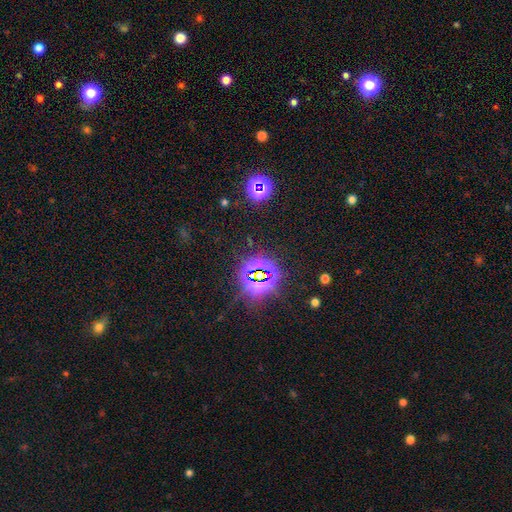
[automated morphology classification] Q: Smooth or featured?
A: star or artifact (81%); runner-up: smooth (12%)